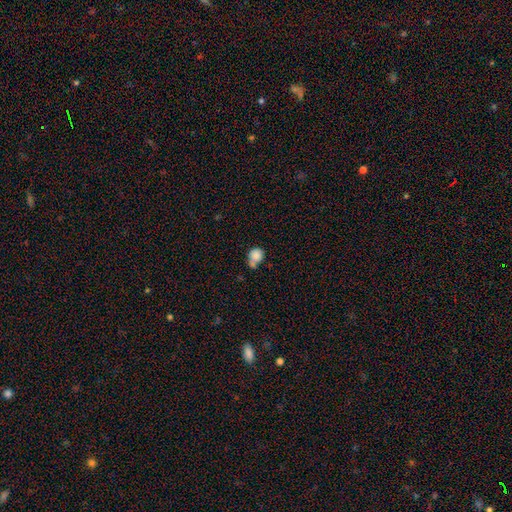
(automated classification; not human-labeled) Smooth or featured: smooth — 83% (star or artifact — 9%)
How rounded: round — 74% (in between — 25%)
Merging: none — 39% (merger — 33%)